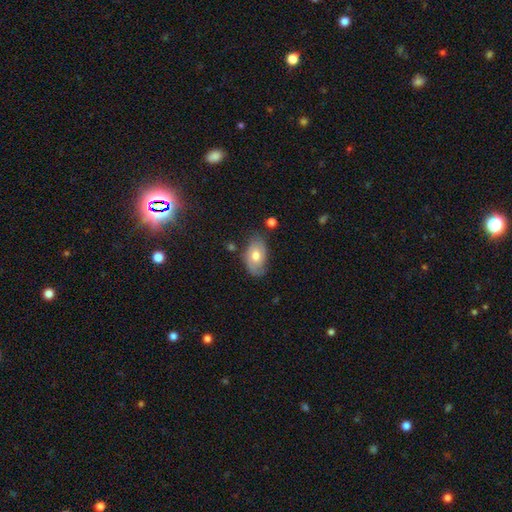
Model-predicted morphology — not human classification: Smooth or featured? Predicted: smooth (p=0.58). How rounded? Predicted: in between (p=0.91). Merging? Predicted: none (p=0.67).